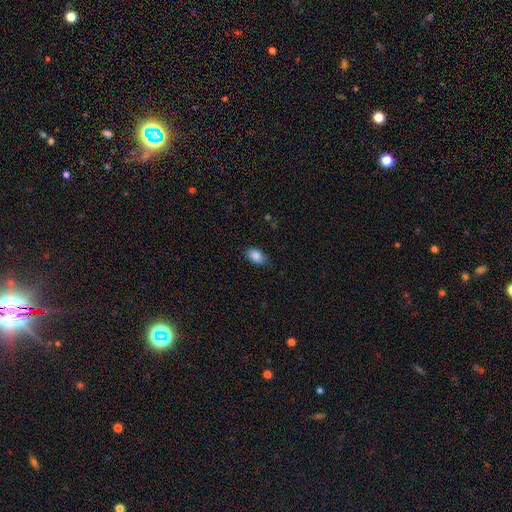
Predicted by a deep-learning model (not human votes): Smooth or featured? smooth (87%)
How rounded? in between (88%)
Merging? none (82%)